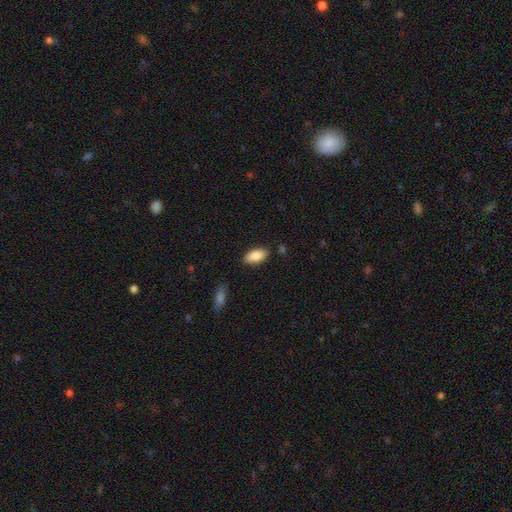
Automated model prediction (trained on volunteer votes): Overall: smooth (87%). How rounded: in between (92%). Merging: none (85%).